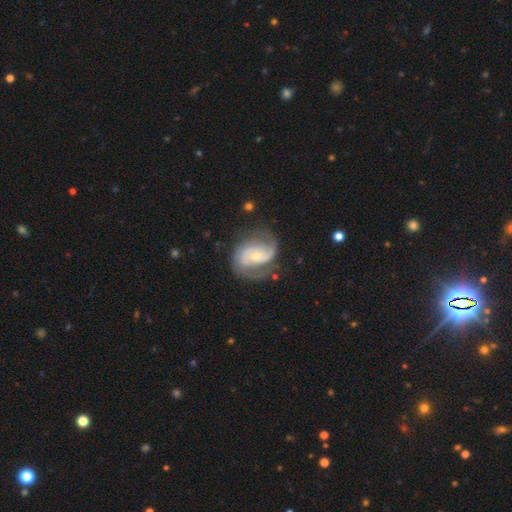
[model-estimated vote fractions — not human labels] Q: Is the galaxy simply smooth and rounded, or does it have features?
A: featured or disk — 86%.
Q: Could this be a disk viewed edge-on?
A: no — 98%.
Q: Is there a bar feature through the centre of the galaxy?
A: no — 59%.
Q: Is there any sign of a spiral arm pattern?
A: yes — 95%.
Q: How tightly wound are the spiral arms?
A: medium — 50%.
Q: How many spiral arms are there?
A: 2 — 82%.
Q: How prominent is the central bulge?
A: small — 56%.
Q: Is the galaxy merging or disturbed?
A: none — 65%.